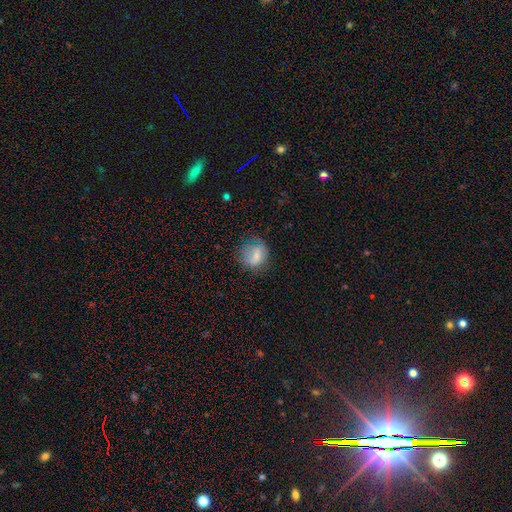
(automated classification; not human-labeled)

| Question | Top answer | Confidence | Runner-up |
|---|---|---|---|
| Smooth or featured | smooth | 70% | featured or disk (20%) |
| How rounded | round | 63% | in between (35%) |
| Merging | none | 59% | minor disturbance (25%) |